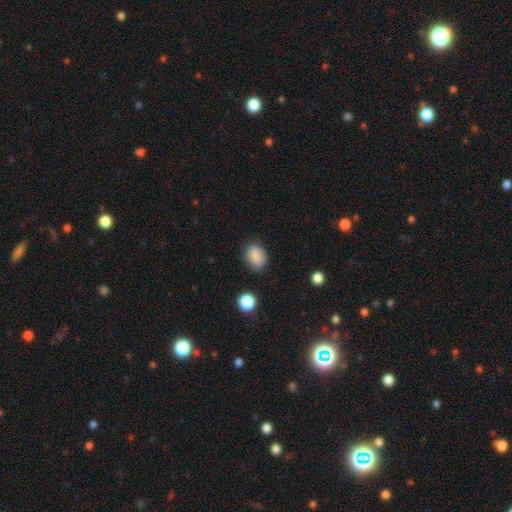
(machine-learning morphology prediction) Smooth or featured? Predicted: smooth (p=0.88). How rounded? Predicted: in between (p=0.66). Merging? Predicted: none (p=0.77).